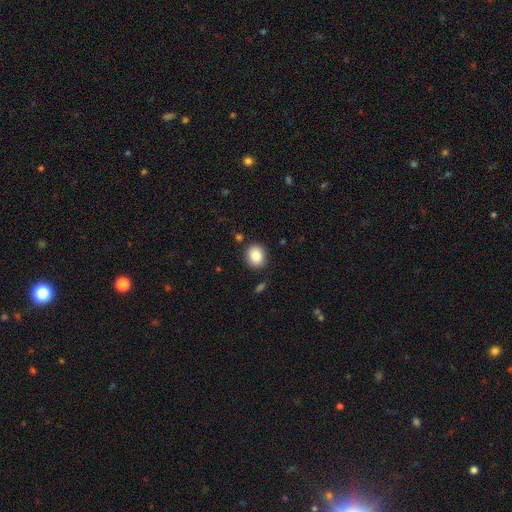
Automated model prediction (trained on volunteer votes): This appears to be a smooth galaxy with no disk features (86%) that is round (71%). Merging: none (86%).